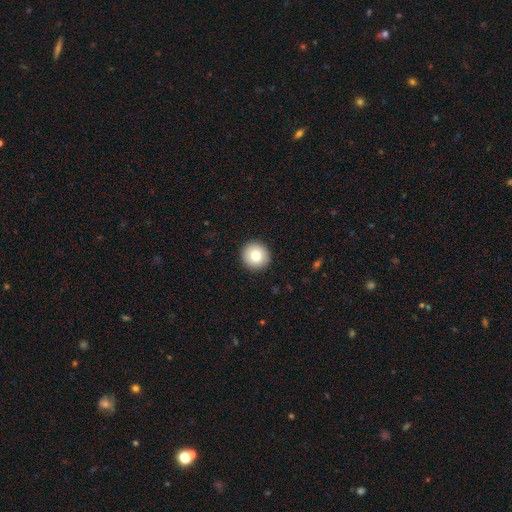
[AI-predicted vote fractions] Smooth or featured? Predicted: smooth (p=0.78). How rounded? Predicted: round (p=0.96). Merging? Predicted: none (p=0.93).